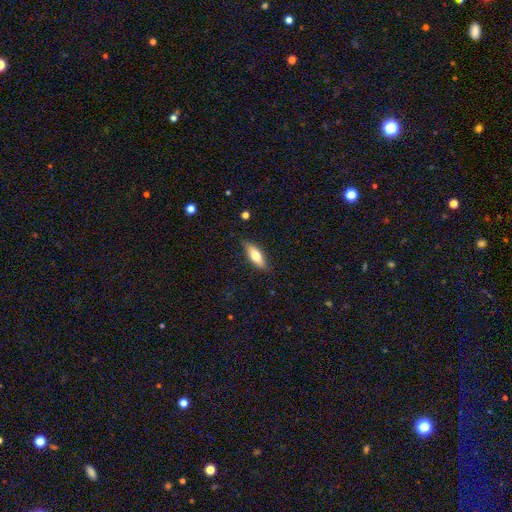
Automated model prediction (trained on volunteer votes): smooth 69%, featured or disk 25%, star or artifact 6%. Down the decision tree: how rounded — in between (63%); merging — none (83%).